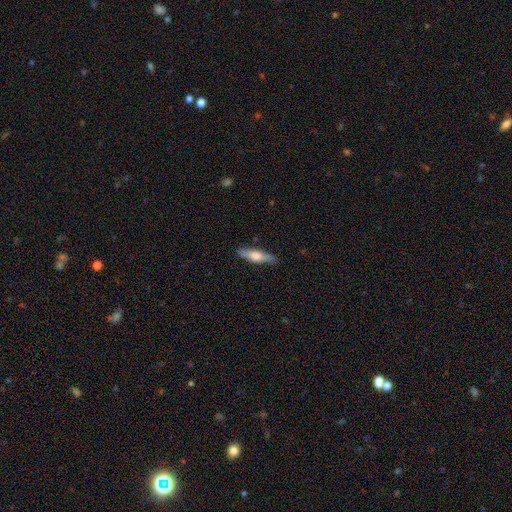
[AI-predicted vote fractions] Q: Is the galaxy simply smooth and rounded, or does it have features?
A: smooth — 56%.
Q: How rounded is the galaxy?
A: cigar-shaped — 73%.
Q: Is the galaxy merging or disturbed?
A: none — 86%.